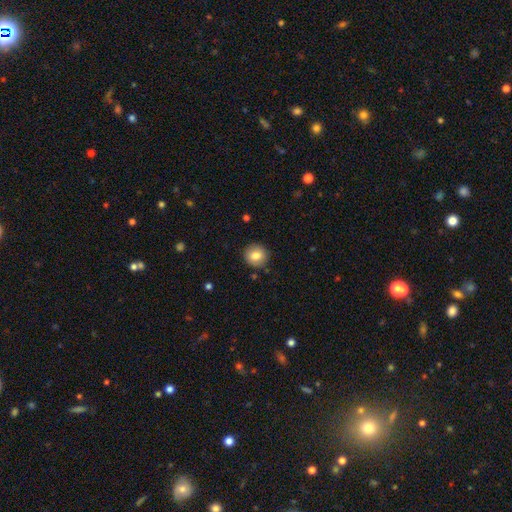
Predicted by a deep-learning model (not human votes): A smooth galaxy with no disk features (82%) that is round (90%). Merging: none (89%).